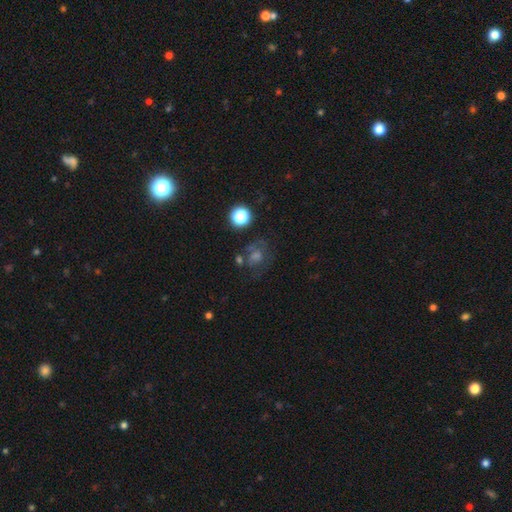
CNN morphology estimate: Smooth or featured? featured or disk (36%)
Merging? none (59%)